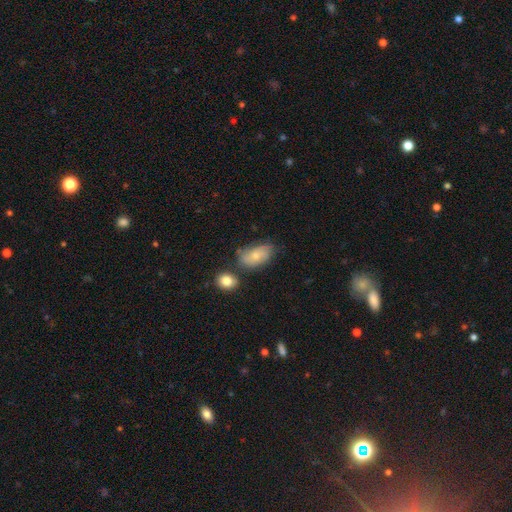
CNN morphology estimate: The model was most divided on "merging": none: 49%, minor disturbance: 31%, major disturbance: 10%, merger: 10%. More confident: how rounded — in between (89%); smooth or featured — smooth (62%).